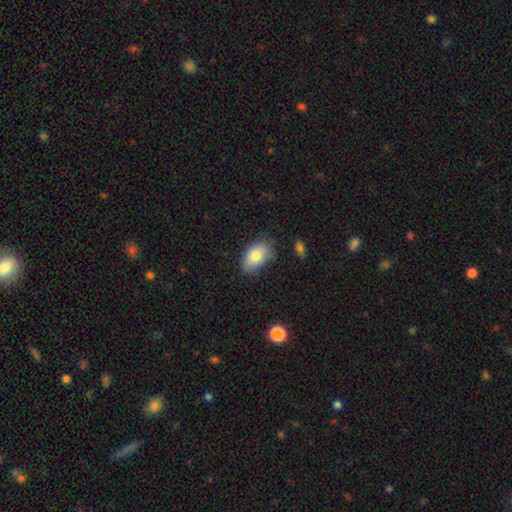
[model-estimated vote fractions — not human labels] A smooth galaxy with no disk features (80%) that is in between round and cigar-shaped (92%). Merging: none (73%).